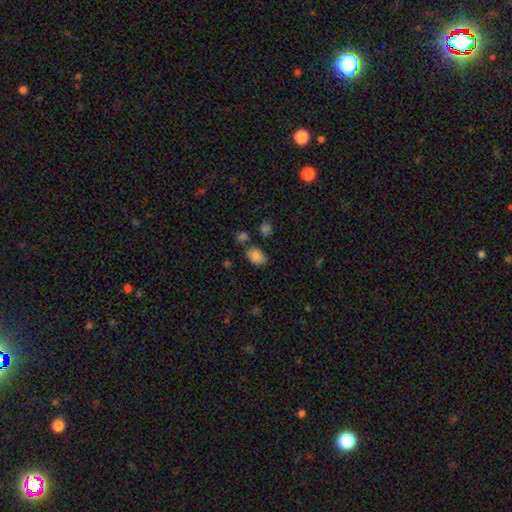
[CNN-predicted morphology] This appears to be a smooth galaxy with no disk features (84%) that is in between round and cigar-shaped (85%). Merging: none (71%).